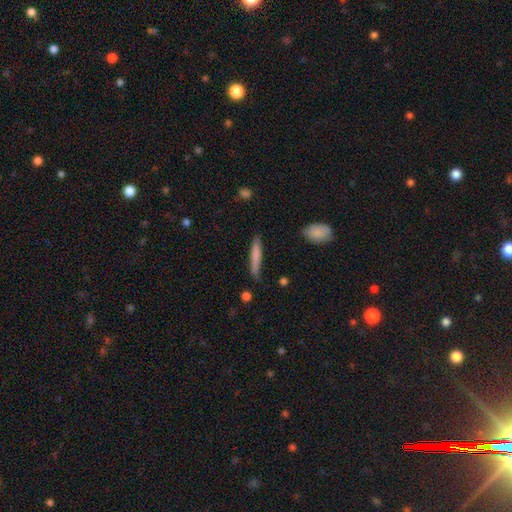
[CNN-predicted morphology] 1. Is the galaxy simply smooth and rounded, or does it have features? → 74% smooth, 20% featured or disk, 6% star or artifact.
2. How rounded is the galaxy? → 92% cigar-shaped, 7% in between, 2% round.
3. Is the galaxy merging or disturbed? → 76% none, 18% minor disturbance, 3% major disturbance, 2% merger.